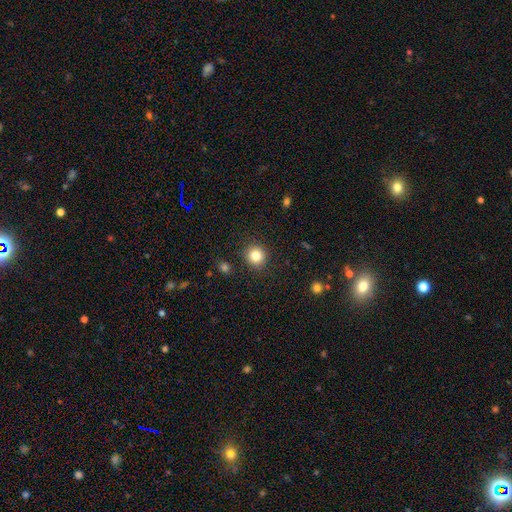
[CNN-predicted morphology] A smooth galaxy with no disk features (83%) that is round (91%). Merging: none (90%).